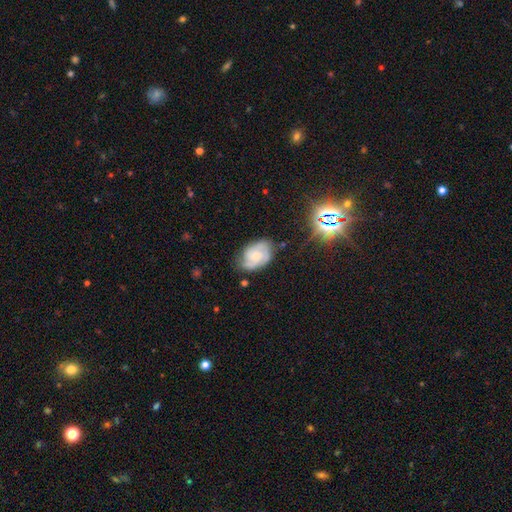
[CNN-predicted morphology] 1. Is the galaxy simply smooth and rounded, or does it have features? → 73% featured or disk, 20% smooth, 7% star or artifact.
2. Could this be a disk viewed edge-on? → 97% no, 3% yes.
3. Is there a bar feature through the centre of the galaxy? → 70% no, 26% weak, 4% strong.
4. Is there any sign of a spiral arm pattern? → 94% yes, 6% no.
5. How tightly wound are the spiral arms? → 46% tight, 42% medium, 12% loose.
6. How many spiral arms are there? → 40% 3, 29% 2, 17% can't tell, 6% 4, 4% 1, 3% more than 4.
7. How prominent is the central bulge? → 58% small, 30% moderate, 8% none, 3% large, 1% dominant.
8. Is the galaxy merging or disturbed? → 68% none, 23% minor disturbance, 7% major disturbance, 2% merger.